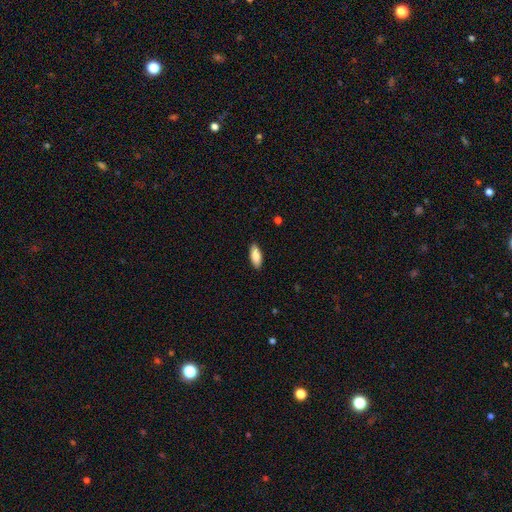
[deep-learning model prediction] Smooth or featured: smooth — 84% (featured or disk — 10%)
How rounded: in between — 80% (cigar-shaped — 18%)
Merging: none — 89% (minor disturbance — 8%)